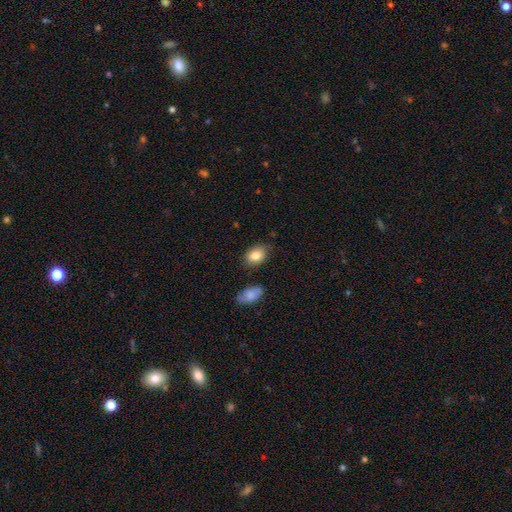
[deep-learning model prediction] The model was most divided on "how rounded": in between: 75%, round: 24%, cigar-shaped: 1%. More confident: smooth or featured — smooth (83%); merging — none (78%).